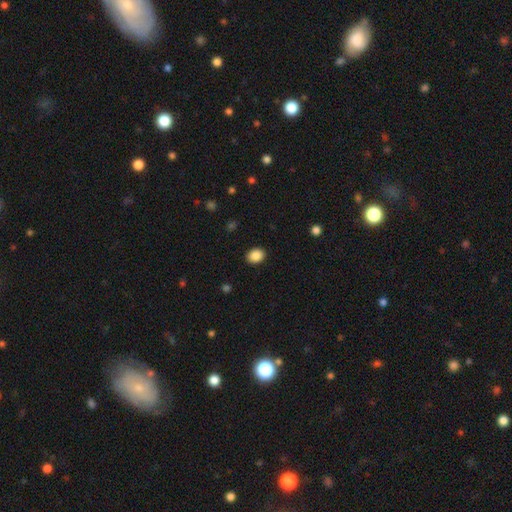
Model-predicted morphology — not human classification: This appears to be a smooth galaxy with no disk features (88%) that is in between round and cigar-shaped (55%). Merging: none (90%).